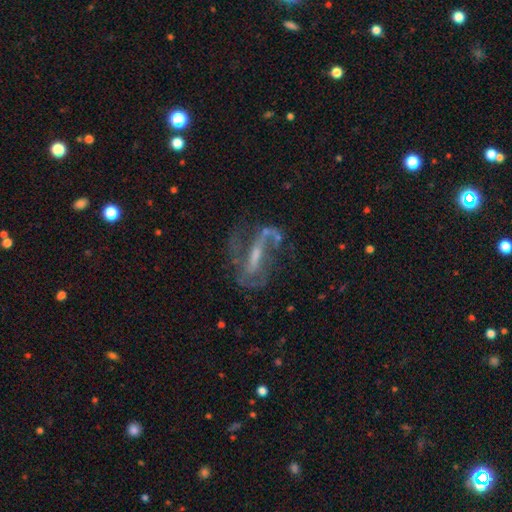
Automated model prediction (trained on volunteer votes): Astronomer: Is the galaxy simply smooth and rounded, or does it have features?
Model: featured or disk — 80%.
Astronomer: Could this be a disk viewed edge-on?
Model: no — 87%.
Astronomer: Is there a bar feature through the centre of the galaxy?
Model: strong — 51% (runner-up: weak, 32%).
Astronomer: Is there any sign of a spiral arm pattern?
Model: yes — 84%.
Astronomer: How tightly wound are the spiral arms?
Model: loose — 50% (runner-up: medium, 37%).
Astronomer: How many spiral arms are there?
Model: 2 — 74%.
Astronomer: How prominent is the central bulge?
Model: small — 44% (runner-up: moderate, 31%).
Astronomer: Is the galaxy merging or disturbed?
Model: none — 49% (runner-up: major disturbance, 27%).